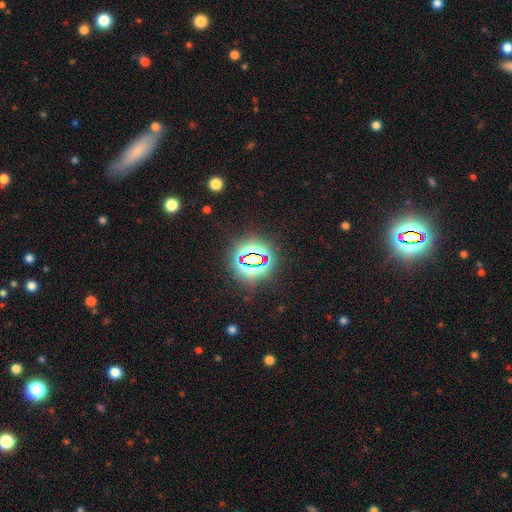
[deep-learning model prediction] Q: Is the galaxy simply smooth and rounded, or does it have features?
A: star or artifact — 79%.